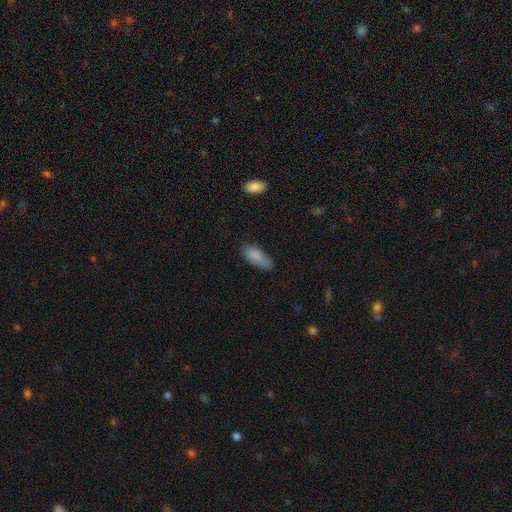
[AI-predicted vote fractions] Morphology: type=smooth (85%); roundness=in between (80%); merging=none (64%).